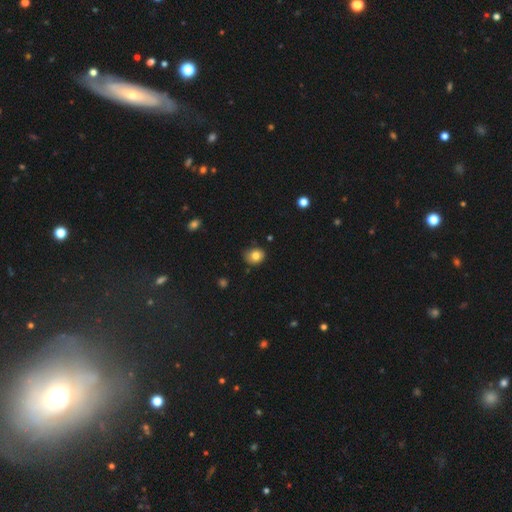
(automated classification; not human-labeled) Q: Smooth or featured?
A: smooth (81%); runner-up: star or artifact (11%)
Q: How rounded?
A: round (64%); runner-up: in between (36%)
Q: Merging?
A: none (75%); runner-up: minor disturbance (20%)